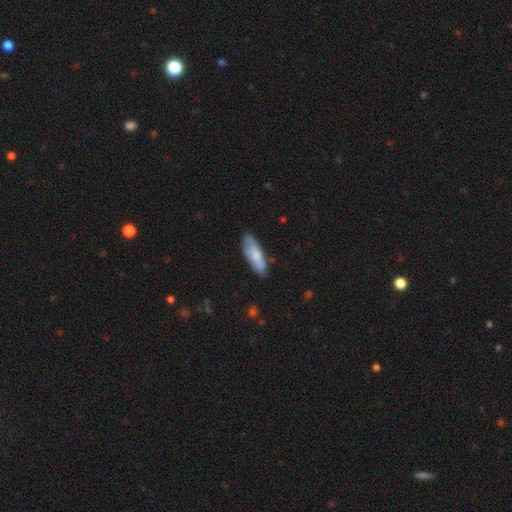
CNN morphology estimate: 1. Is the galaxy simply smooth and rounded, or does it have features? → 73% smooth, 22% featured or disk, 5% star or artifact.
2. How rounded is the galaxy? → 62% in between, 36% cigar-shaped, 2% round.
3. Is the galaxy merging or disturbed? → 76% none, 20% minor disturbance, 3% major disturbance, 2% merger.